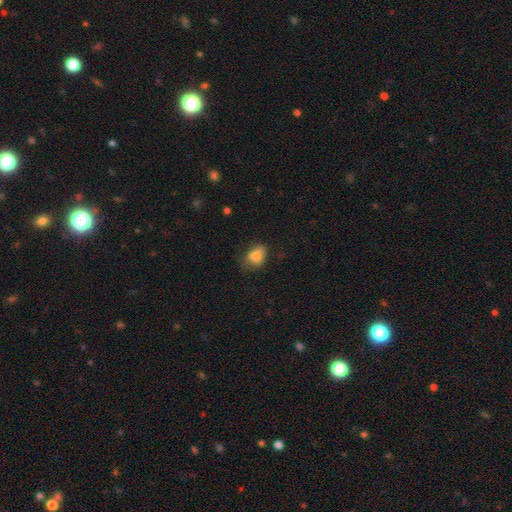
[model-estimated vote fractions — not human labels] smooth 82%, featured or disk 9%, star or artifact 9%. Down the decision tree: how rounded — in between (74%); merging — none (49%).